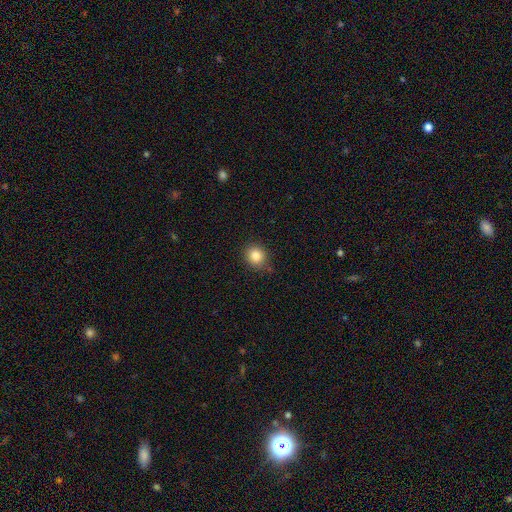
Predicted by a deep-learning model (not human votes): Smooth or featured? smooth (84%)
How rounded? round (83%)
Merging? none (83%)